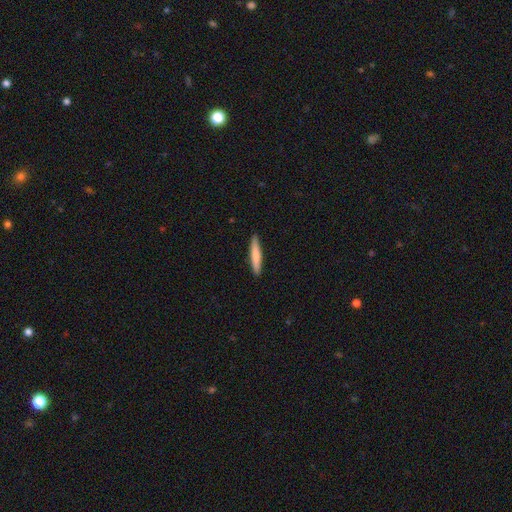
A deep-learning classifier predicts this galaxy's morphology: Smooth or featured: smooth — 77% (featured or disk — 19%)
How rounded: cigar-shaped — 93% (in between — 6%)
Merging: none — 91% (minor disturbance — 6%)